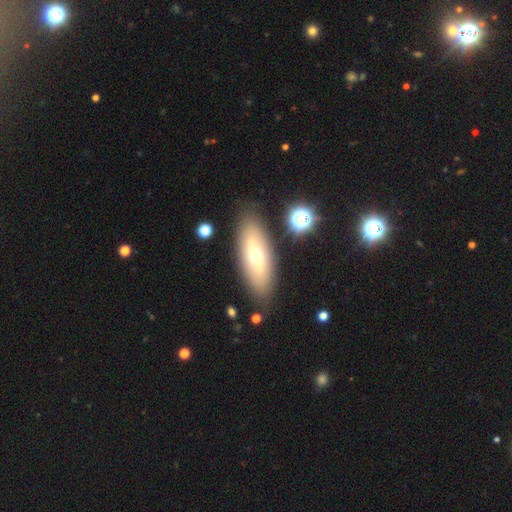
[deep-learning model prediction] A featured or disk galaxy (46%). Merging: none (84%).